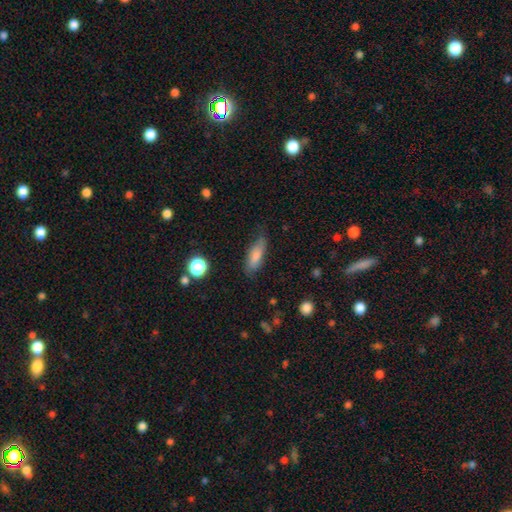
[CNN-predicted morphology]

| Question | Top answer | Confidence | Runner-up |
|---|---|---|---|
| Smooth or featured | smooth | 78% | featured or disk (14%) |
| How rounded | in between | 60% | cigar-shaped (37%) |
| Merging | none | 72% | minor disturbance (21%) |